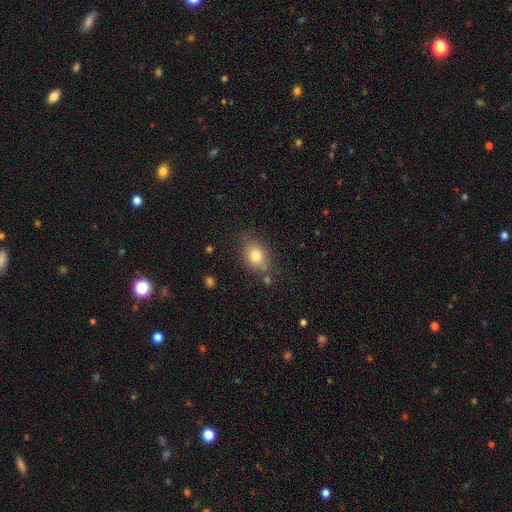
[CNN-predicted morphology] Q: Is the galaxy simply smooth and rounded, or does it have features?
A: smooth — 78%.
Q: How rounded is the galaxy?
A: in between — 69%.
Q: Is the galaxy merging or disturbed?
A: none — 70%.